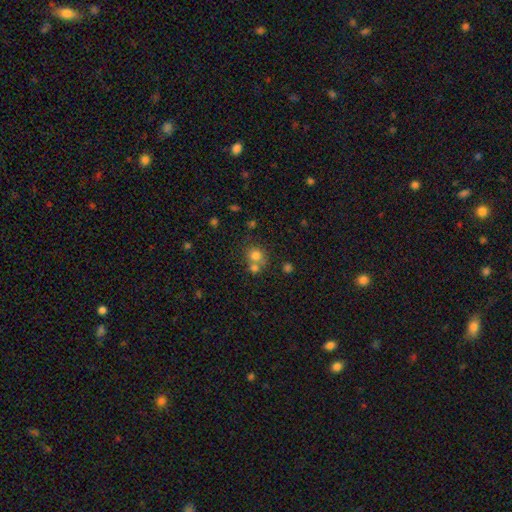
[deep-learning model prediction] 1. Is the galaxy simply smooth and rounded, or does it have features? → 77% smooth, 13% star or artifact, 10% featured or disk.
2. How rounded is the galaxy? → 81% round, 18% in between, 1% cigar-shaped.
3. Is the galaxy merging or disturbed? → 47% none, 40% merger, 9% minor disturbance, 4% major disturbance.